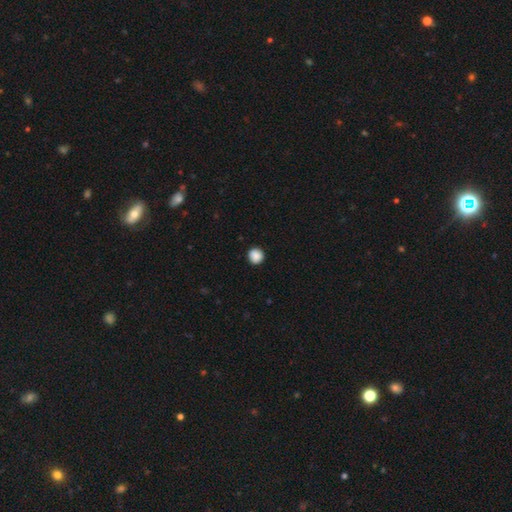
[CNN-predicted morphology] type=smooth (89%); roundness=round (92%); merging=none (91%).